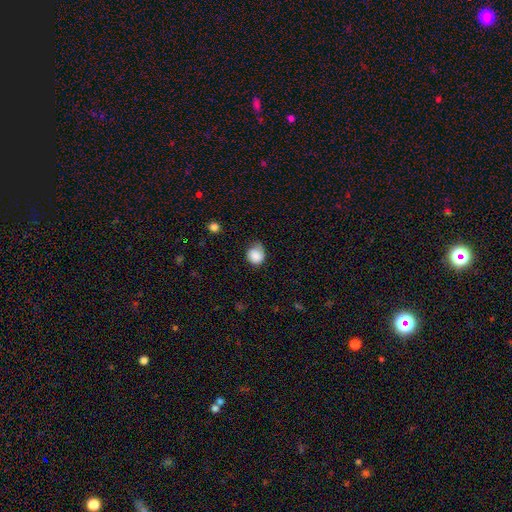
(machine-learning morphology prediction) Smooth or featured?
  - smooth: 81% *
  - featured or disk: 12%
  - star or artifact: 7%
How rounded?
  - round: 70% *
  - in between: 29%
  - cigar-shaped: 1%
Merging?
  - none: 46% *
  - minor disturbance: 37%
  - major disturbance: 15%
  - merger: 2%